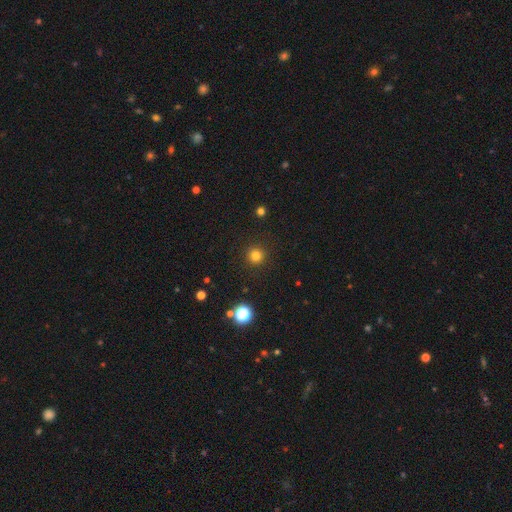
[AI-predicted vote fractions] Q: Smooth or featured?
A: smooth (80%); runner-up: star or artifact (15%)
Q: How rounded?
A: round (96%); runner-up: in between (3%)
Q: Merging?
A: none (92%); runner-up: minor disturbance (5%)